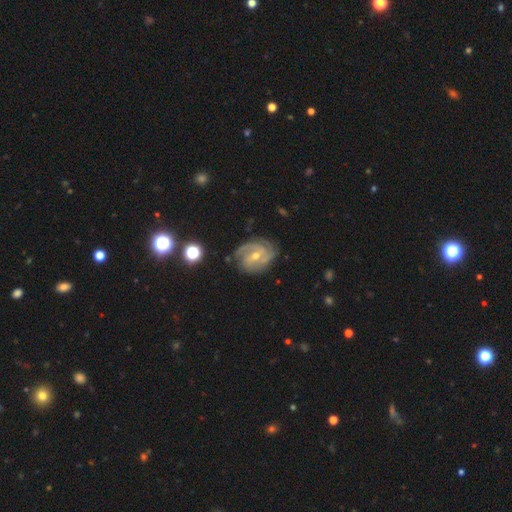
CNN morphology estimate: This appears to be a featured or disk galaxy (86%) with a weak bar (45%), 3 (38%) tight (55%) spiral arms (97%) and a small central bulge (51%). Merging: none (74%).